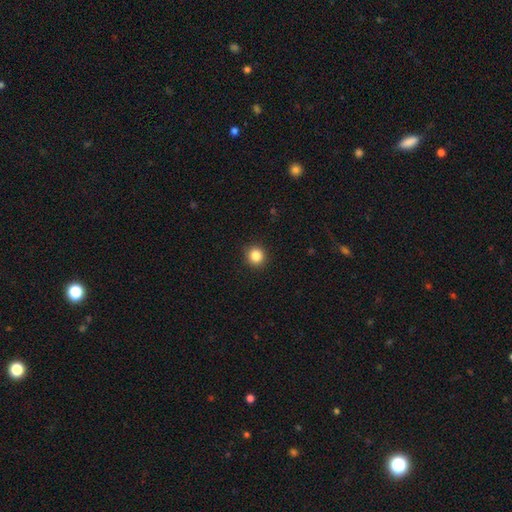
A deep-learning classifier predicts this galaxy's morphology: A smooth galaxy with no disk features (85%) that is round (90%). Merging: none (92%).